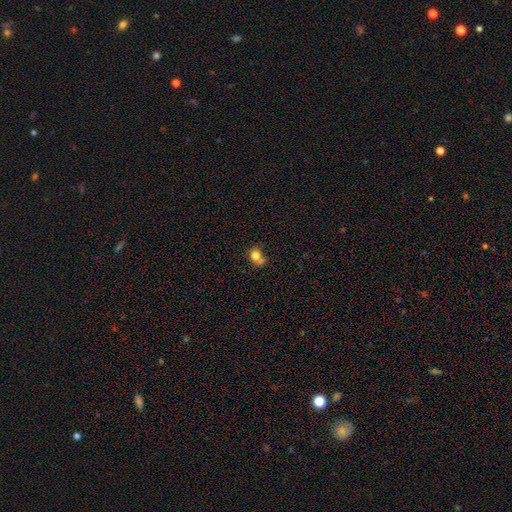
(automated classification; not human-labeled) smooth_or_featured: smooth (p=0.78) [alt: star or artifact p=0.12]
how_rounded: round (p=0.73) [alt: in between p=0.26]
merging: none (p=0.46) [alt: merger p=0.28]